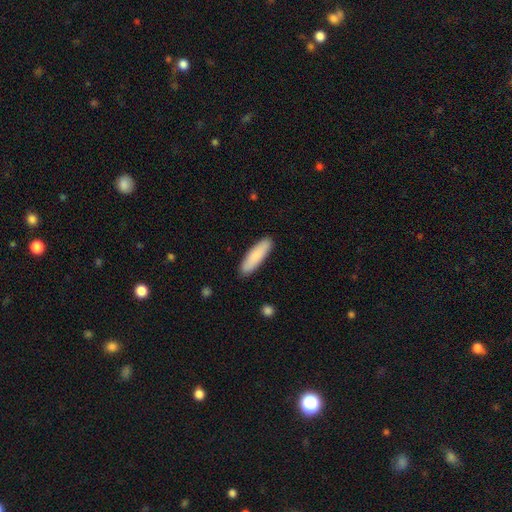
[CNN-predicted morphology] Q: Smooth or featured?
A: smooth (86%); runner-up: featured or disk (8%)
Q: How rounded?
A: cigar-shaped (68%); runner-up: in between (31%)
Q: Merging?
A: none (90%); runner-up: minor disturbance (8%)